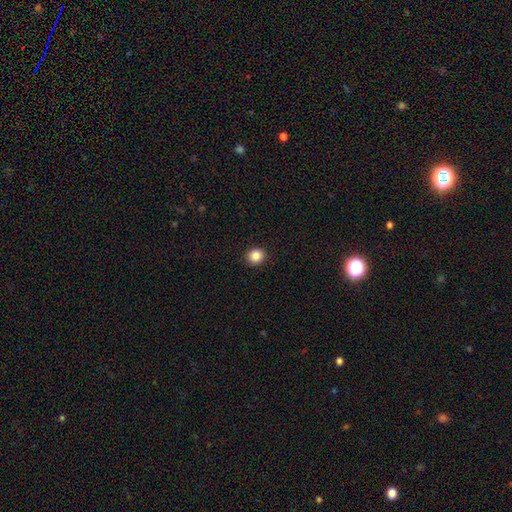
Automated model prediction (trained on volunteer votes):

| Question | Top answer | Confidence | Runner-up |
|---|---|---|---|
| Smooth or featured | smooth | 86% | star or artifact (10%) |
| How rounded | round | 81% | in between (18%) |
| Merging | none | 92% | minor disturbance (5%) |